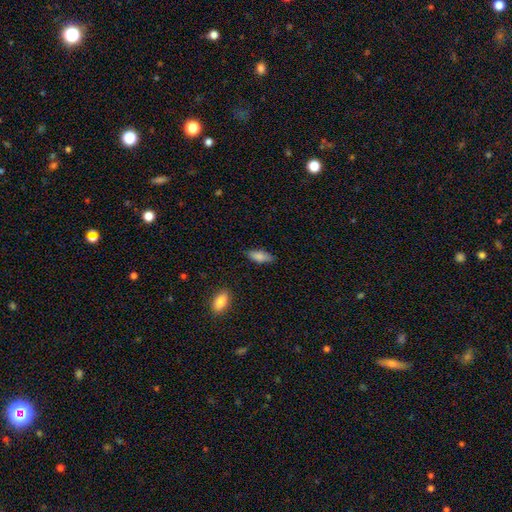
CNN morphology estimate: A smooth galaxy with no disk features (80%) that is in between round and cigar-shaped (65%).

Vote fractions:
- Smooth or featured? smooth: 80% / featured or disk: 12% / star or artifact: 8%
- How rounded? in between: 65% / cigar-shaped: 32% / round: 2%
- Merging? none: 81% / minor disturbance: 14% / major disturbance: 3% / merger: 2%